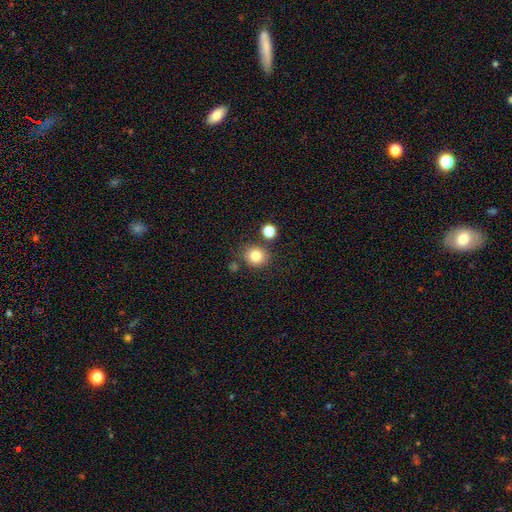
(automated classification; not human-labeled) Morphology: type=smooth (82%); roundness=round (83%); merging=none (79%).